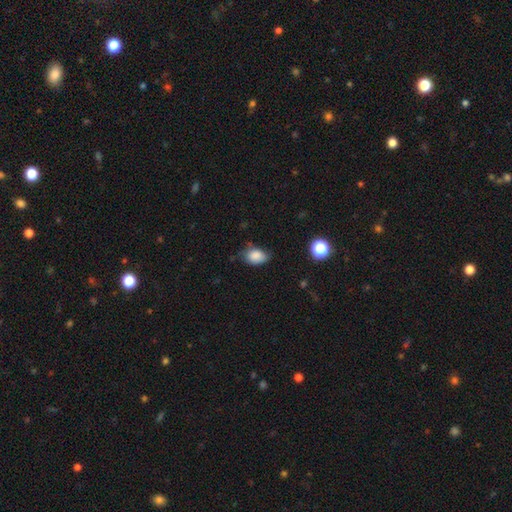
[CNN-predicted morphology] The model was most divided on "merging": none: 55%, minor disturbance: 35%, major disturbance: 7%, merger: 2%. More confident: smooth or featured — smooth (84%); how rounded — in between (78%).